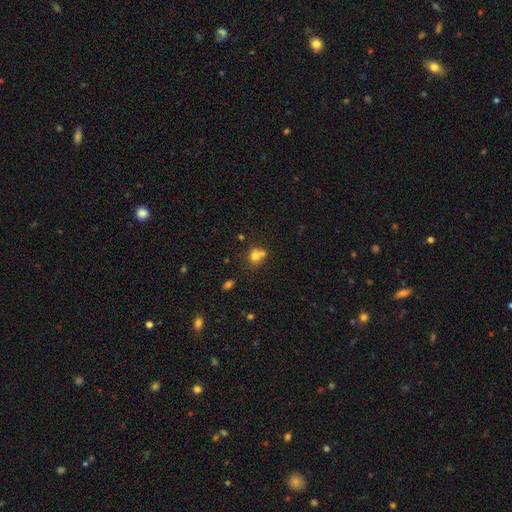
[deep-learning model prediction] Smooth or featured? smooth (71%)
How rounded? round (77%)
Merging? merger (47%)